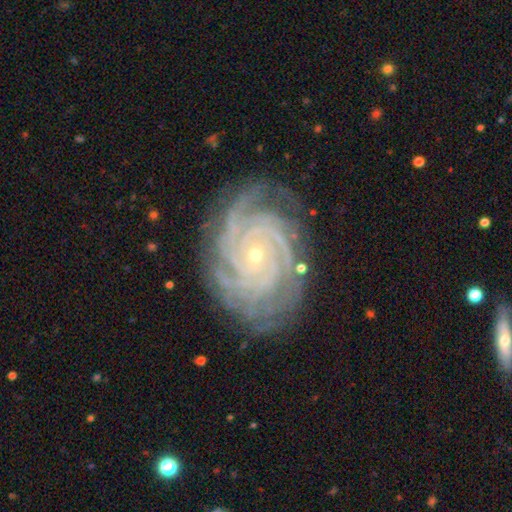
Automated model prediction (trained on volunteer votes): This appears to be a featured or disk galaxy (91%) with no bar (75%), 4 (27%) tight (83%) spiral arms (99%) and a small central bulge (83%). Merging: none (81%).